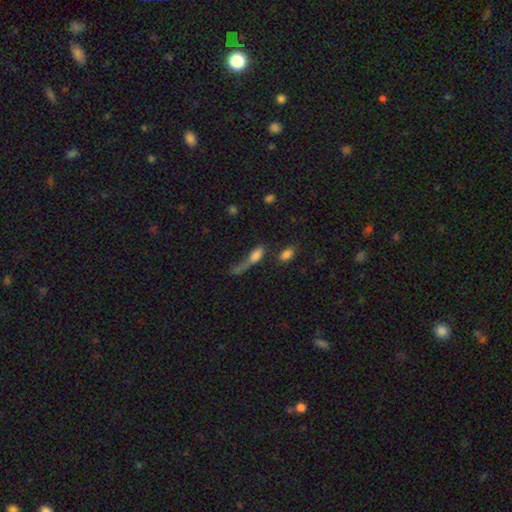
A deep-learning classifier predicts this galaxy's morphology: Smooth or featured? smooth (70%)
How rounded? in between (65%)
Merging? major disturbance (36%)